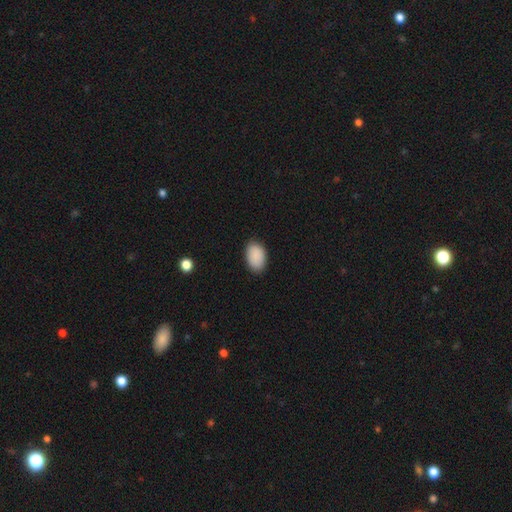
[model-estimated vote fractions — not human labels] smooth_or_featured: smooth (p=0.90) [alt: star or artifact p=0.07]
how_rounded: in between (p=0.90) [alt: round p=0.09]
merging: none (p=0.85) [alt: minor disturbance p=0.11]